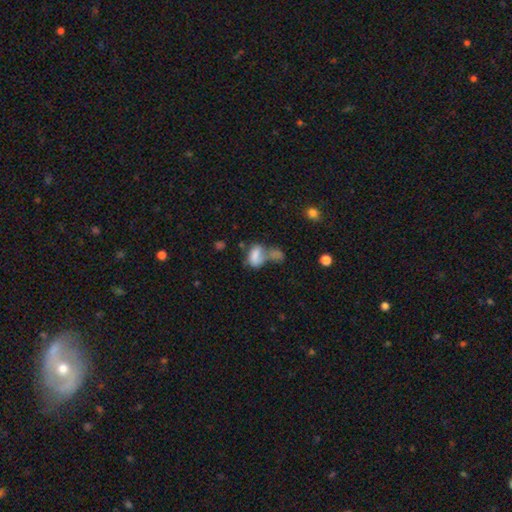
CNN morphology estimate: Q: Smooth or featured?
A: smooth (71%); runner-up: featured or disk (18%)
Q: How rounded?
A: in between (88%); runner-up: round (9%)
Q: Merging?
A: merger (61%); runner-up: none (16%)